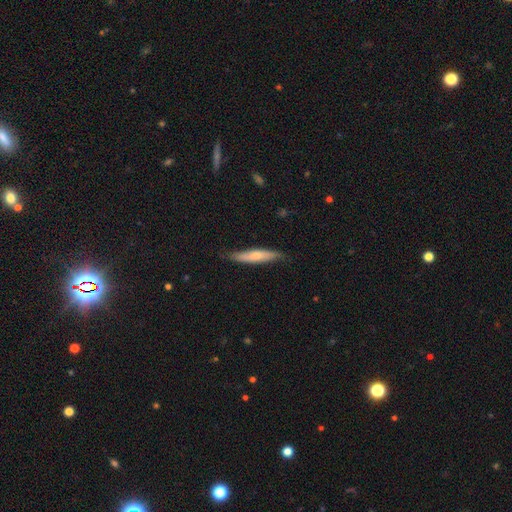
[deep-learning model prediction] smooth_or_featured: smooth (p=0.64) [alt: featured or disk p=0.31]
how_rounded: cigar-shaped (p=0.88) [alt: in between p=0.11]
merging: none (p=0.80) [alt: minor disturbance p=0.17]